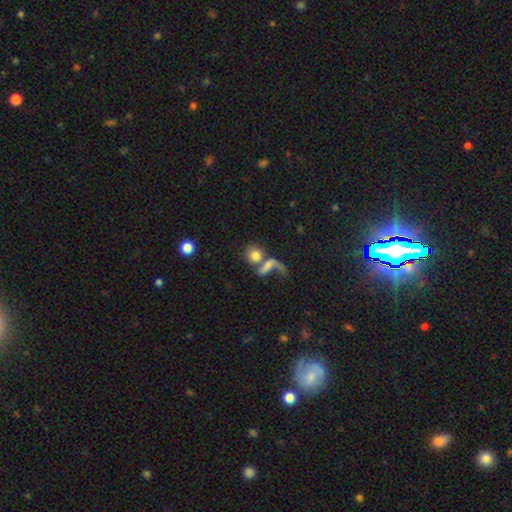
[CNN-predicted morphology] Smooth or featured?
  - smooth: 71% *
  - featured or disk: 19%
  - star or artifact: 10%
How rounded?
  - round: 70% *
  - in between: 25%
  - cigar-shaped: 4%
Merging?
  - merger: 48% *
  - none: 30%
  - major disturbance: 14%
  - minor disturbance: 8%